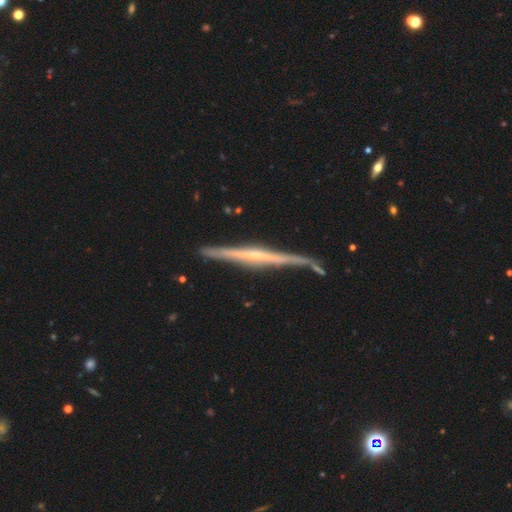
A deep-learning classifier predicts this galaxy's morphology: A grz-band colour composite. It shows a featured or disk galaxy (77%) viewed edge-on (97%) with no central bulge (55%). Merging: none (77%).